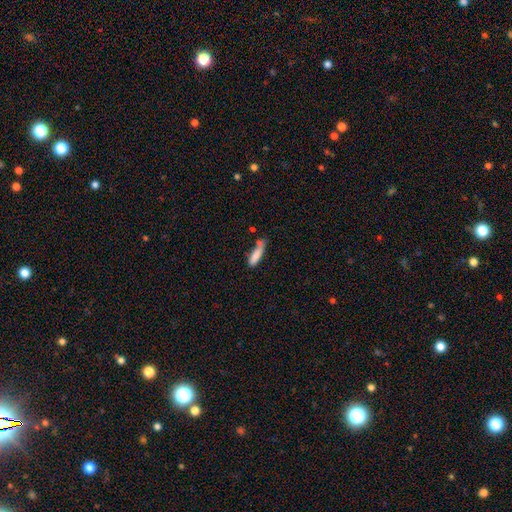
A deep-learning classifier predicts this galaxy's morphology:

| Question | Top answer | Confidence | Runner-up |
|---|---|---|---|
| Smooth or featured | smooth | 82% | featured or disk (11%) |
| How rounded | cigar-shaped | 69% | in between (30%) |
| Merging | none | 49% | minor disturbance (29%) |